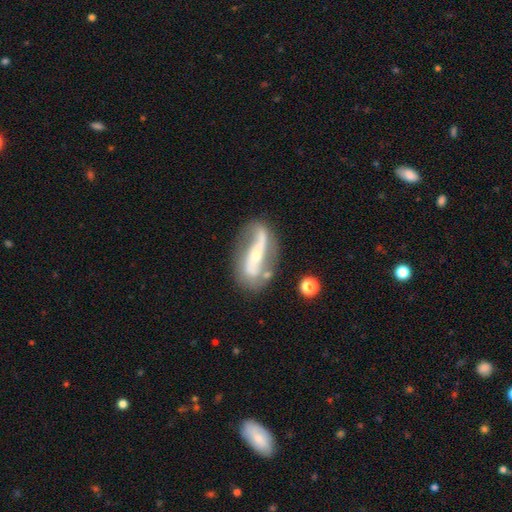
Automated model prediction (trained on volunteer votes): smooth_or_featured: featured or disk (p=0.78) [alt: smooth p=0.16]
disk_edge_on: no (p=0.84) [alt: yes p=0.16]
bar: strong (p=0.51) [alt: no p=0.28]
has_spiral_arms: yes (p=0.83) [alt: no p=0.17]
spiral_winding: loose (p=0.67) [alt: medium p=0.23]
spiral_arm_count: 2 (p=0.82) [alt: 1 p=0.10]
bulge_size: small (p=0.53) [alt: moderate p=0.38]
merging: none (p=0.60) [alt: minor disturbance p=0.21]